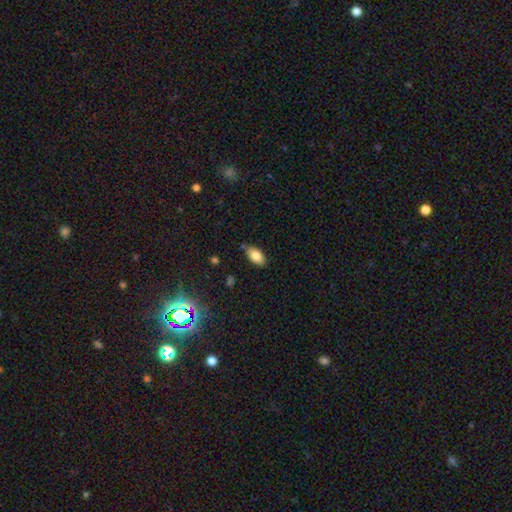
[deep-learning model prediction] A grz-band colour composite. It shows a smooth galaxy with no disk features (84%) that is in between round and cigar-shaped (93%). Merging: none (76%).